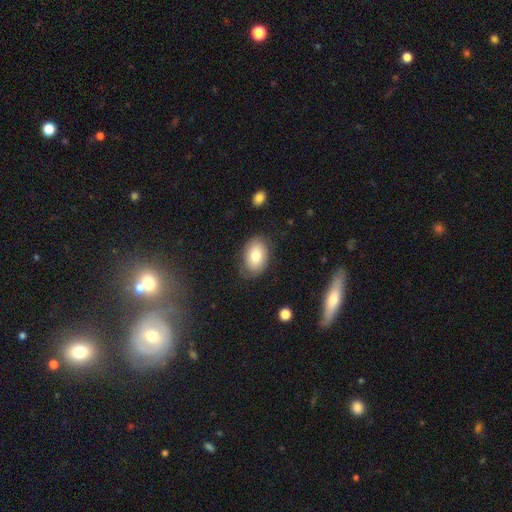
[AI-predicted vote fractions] The model was most divided on "smooth or featured": smooth: 74%, featured or disk: 18%, star or artifact: 8%. More confident: how rounded — in between (85%); merging — none (78%).